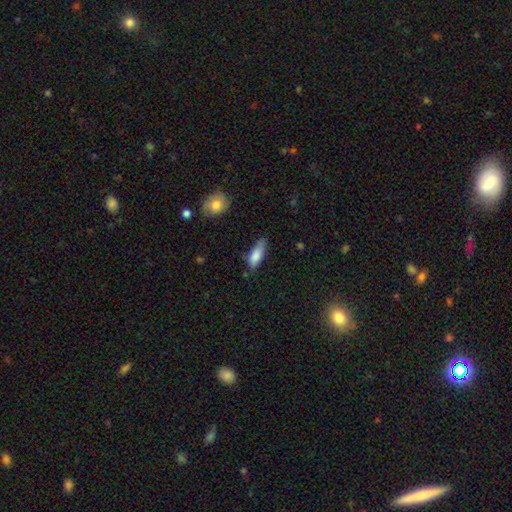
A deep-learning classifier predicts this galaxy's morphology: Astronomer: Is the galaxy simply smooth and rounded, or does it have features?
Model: smooth — 84%.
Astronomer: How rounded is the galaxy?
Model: in between — 70%.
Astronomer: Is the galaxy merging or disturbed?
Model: none — 52% (runner-up: minor disturbance, 37%).